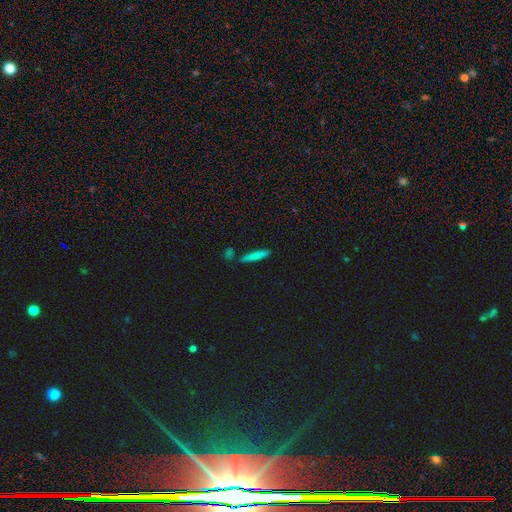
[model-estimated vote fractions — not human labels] smooth-or-featured: smooth: 76% | featured or disk: 15% | star or artifact: 9%
  how-rounded: cigar-shaped: 90% | in between: 8% | round: 2%
  merging: none: 80% | minor disturbance: 10% | merger: 7% | major disturbance: 3%